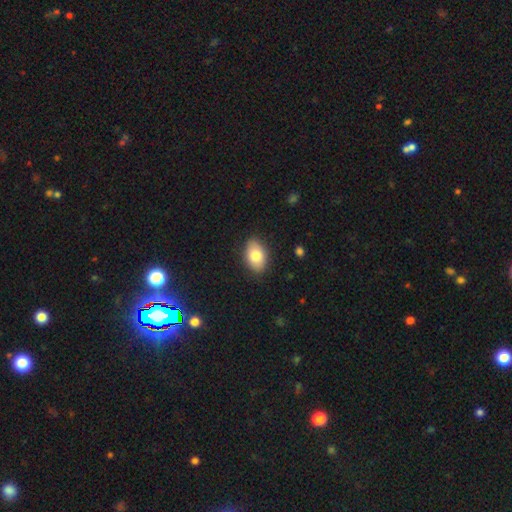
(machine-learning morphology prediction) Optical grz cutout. It shows a smooth galaxy with no disk features (81%) that is in between round and cigar-shaped (89%). Merging: none (87%).